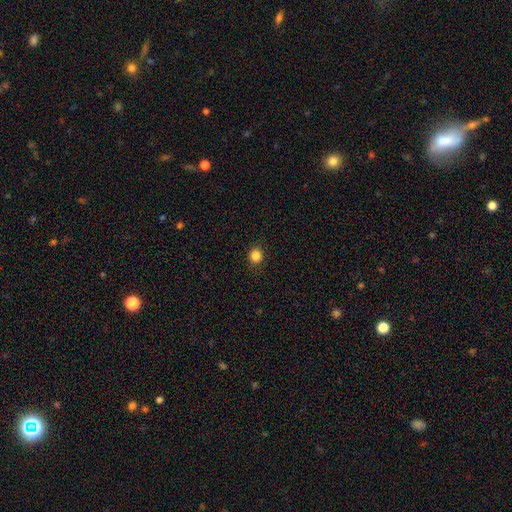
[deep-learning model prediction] A smooth galaxy with no disk features (84%) that is round (87%). Merging: none (91%).